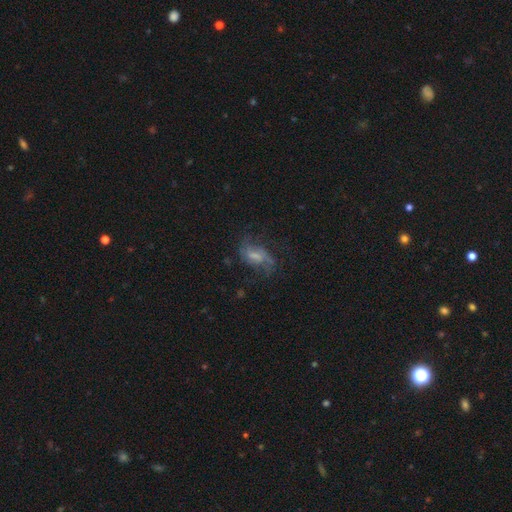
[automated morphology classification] Smooth or featured: featured or disk — 59% (smooth — 30%)
Edge-on disk: no — 95% (yes — 5%)
Bar: weak — 49% (no — 31%)
Spiral arms: yes — 77% (no — 23%)
Bulge size: small — 30% (tied with moderate — 30%)
Merging: none — 46% (major disturbance — 29%)